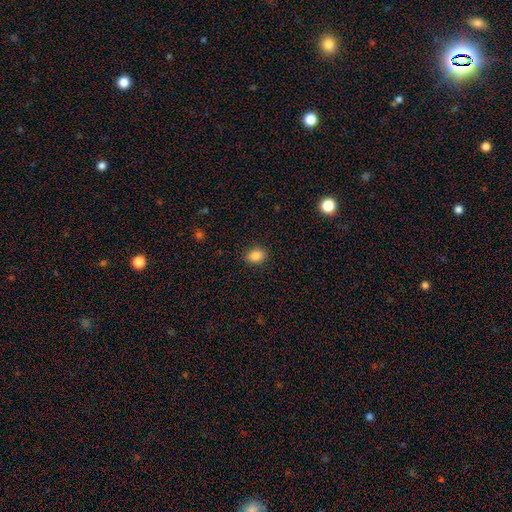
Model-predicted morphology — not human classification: The model was most divided on "how rounded": in between: 66%, round: 33%, cigar-shaped: 1%. More confident: merging — none (89%); smooth or featured — smooth (86%).